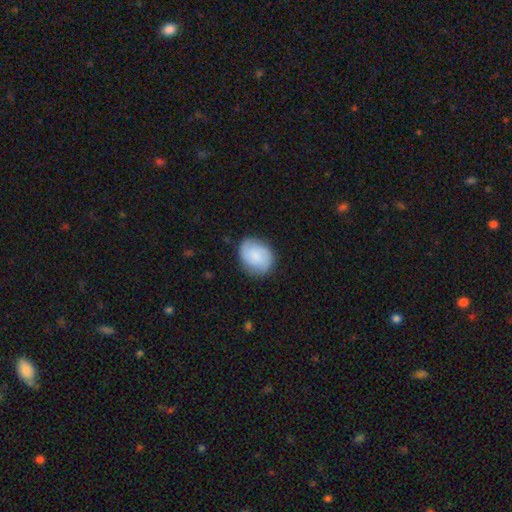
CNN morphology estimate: Smooth or featured? Predicted: smooth (p=0.67). How rounded? Predicted: in between (p=0.58). Merging? Predicted: none (p=0.79).